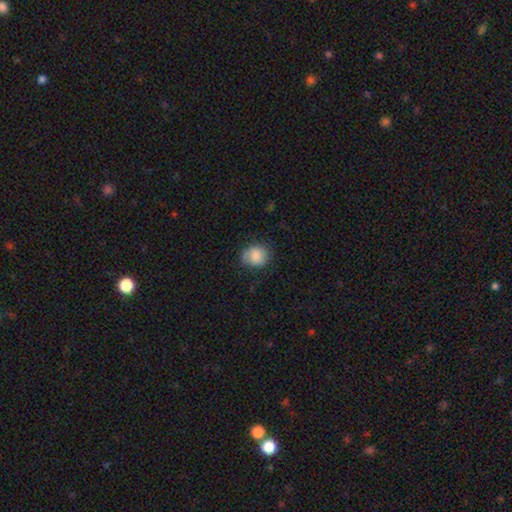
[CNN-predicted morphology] smooth-or-featured: smooth: 82% | featured or disk: 10% | star or artifact: 8%
  how-rounded: round: 70% | in between: 29% | cigar-shaped: 1%
  merging: none: 73% | minor disturbance: 20% | major disturbance: 6% | merger: 1%